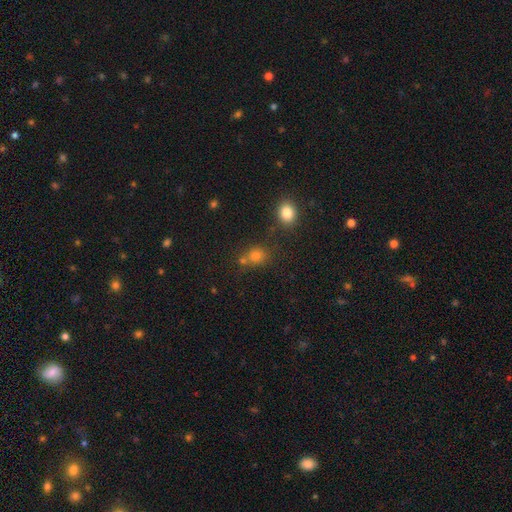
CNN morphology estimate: Smooth or featured? smooth (71%)
How rounded? round (70%)
Merging? none (62%)